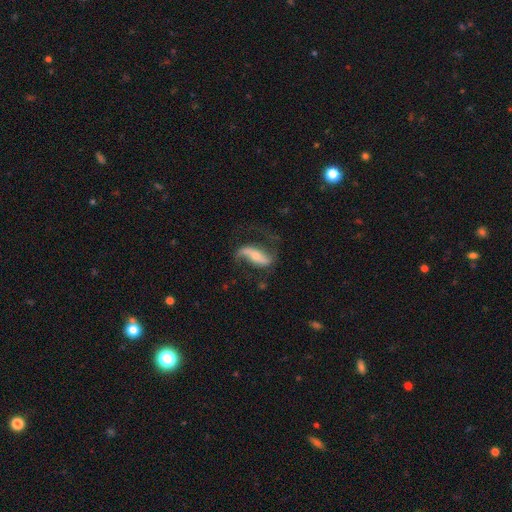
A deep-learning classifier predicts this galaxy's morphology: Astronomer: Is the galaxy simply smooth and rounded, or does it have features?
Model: featured or disk — 80%.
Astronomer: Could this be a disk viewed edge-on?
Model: no — 90%.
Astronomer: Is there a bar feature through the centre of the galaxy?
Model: strong — 50% (runner-up: weak, 26%).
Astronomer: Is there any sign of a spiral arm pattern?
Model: yes — 93%.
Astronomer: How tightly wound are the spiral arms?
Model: loose — 72%.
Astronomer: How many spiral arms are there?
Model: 2 — 86%.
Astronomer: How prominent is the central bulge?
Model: small — 50% (runner-up: moderate, 39%).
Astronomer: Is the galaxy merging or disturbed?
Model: none — 61%.